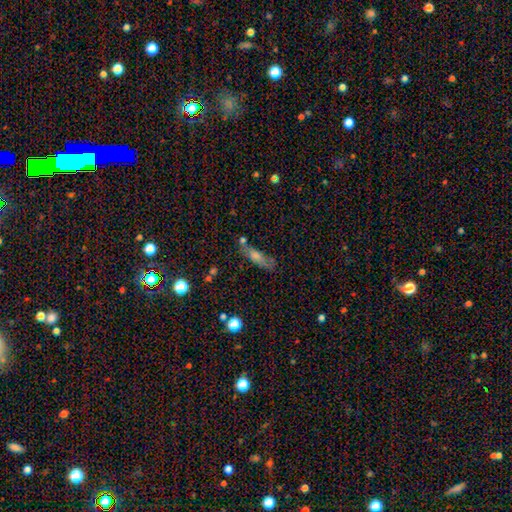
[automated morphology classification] A smooth galaxy with no disk features (54%) that is cigar-shaped (59%). Merging: none (59%).